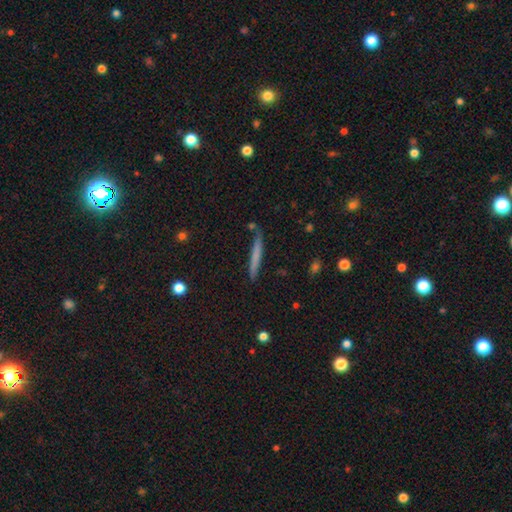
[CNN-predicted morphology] The model was most divided on "smooth or featured": smooth: 61%, featured or disk: 32%, star or artifact: 7%. More confident: how rounded — cigar-shaped (96%); merging — none (84%).